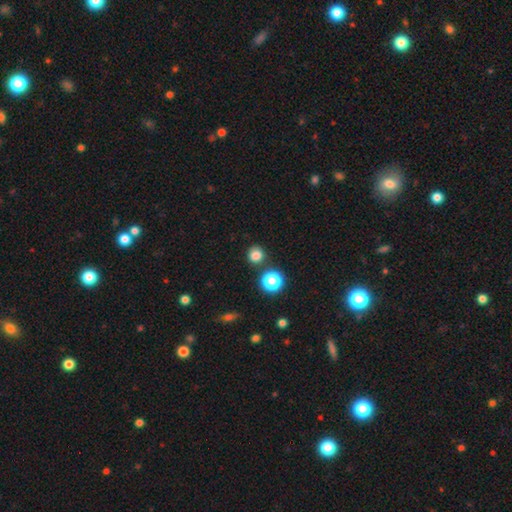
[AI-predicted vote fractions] This is likely a smooth galaxy (79%). How rounded: clearly round (88%). Merging: clearly none (82%).